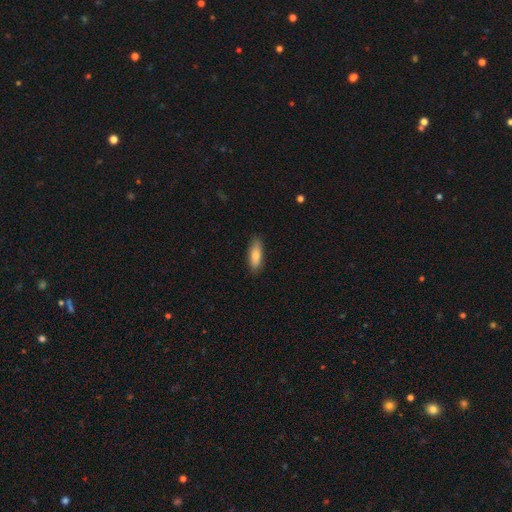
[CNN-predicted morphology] Smooth or featured?
  - smooth: 80% *
  - featured or disk: 14%
  - star or artifact: 6%
How rounded?
  - in between: 58% *
  - cigar-shaped: 40%
  - round: 2%
Merging?
  - none: 86% *
  - minor disturbance: 11%
  - major disturbance: 2%
  - merger: 1%